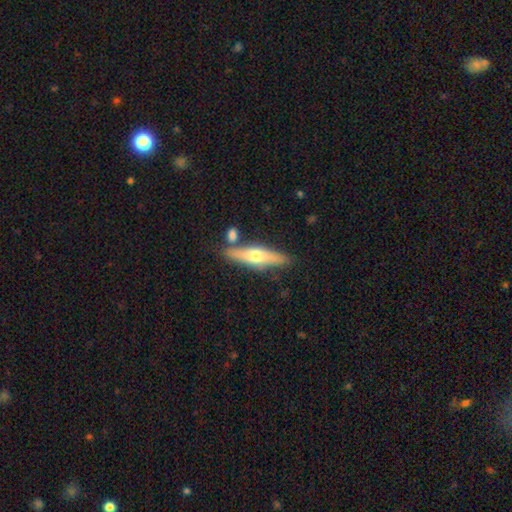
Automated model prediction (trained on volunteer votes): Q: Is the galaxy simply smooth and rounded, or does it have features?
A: featured or disk — 56%.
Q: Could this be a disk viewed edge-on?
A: yes — 90%.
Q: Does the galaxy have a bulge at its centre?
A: rounded — 92%.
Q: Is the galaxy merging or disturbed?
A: none — 79%.